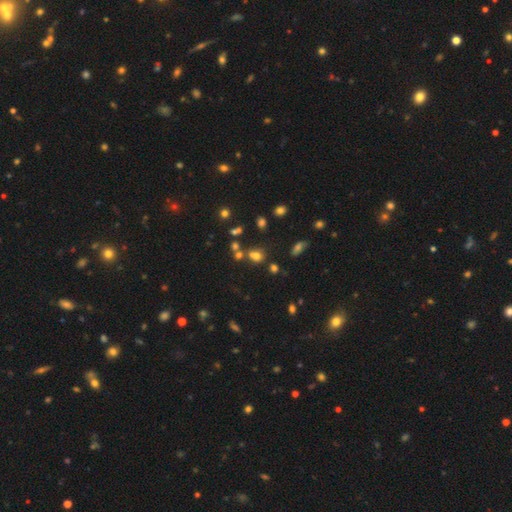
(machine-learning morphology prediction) Smooth or featured? smooth (65%)
How rounded? round (68%)
Merging? none (56%)